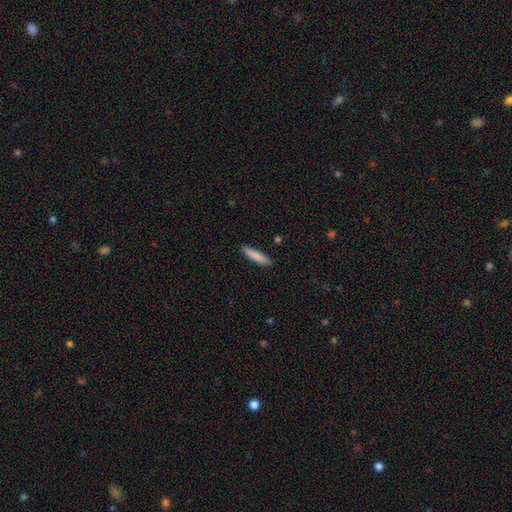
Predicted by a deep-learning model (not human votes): This is clearly a smooth galaxy (84%). How rounded: clearly cigar-shaped (86%). Merging: clearly none (88%).